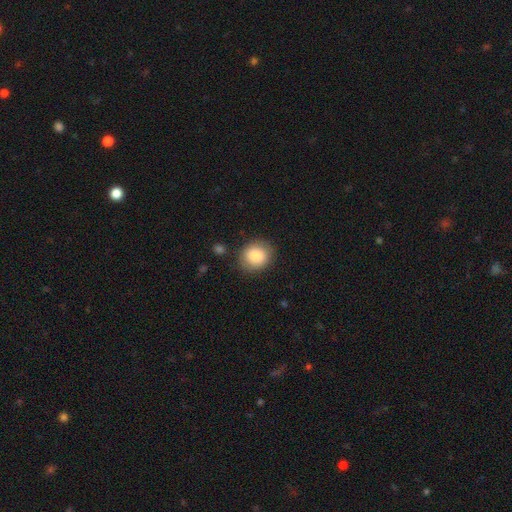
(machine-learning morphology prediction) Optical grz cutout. It shows a smooth galaxy with no disk features (85%) that is round (73%). Merging: none (84%).